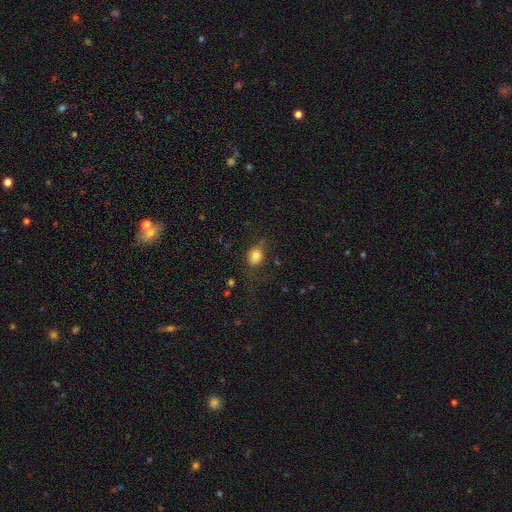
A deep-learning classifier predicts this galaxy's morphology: Overall: smooth (80%). How rounded: in between (54%; round 45%). Merging: none (63%).